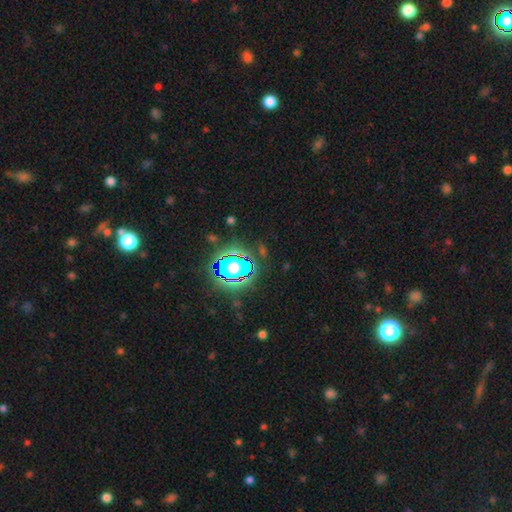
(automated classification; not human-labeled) Morphology: type=star or artifact (82%).